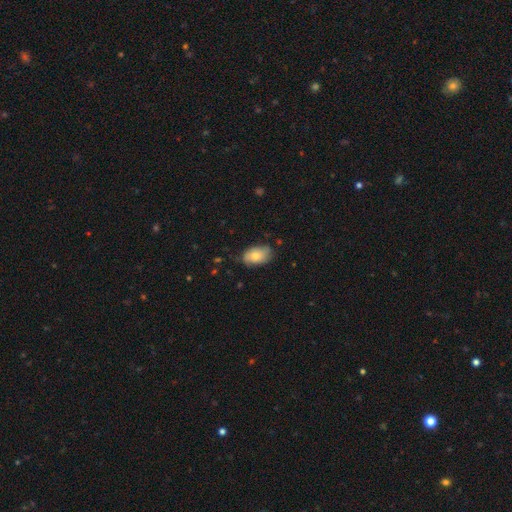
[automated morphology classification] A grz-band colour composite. It shows a smooth galaxy with no disk features (75%) that is in between round and cigar-shaped (90%). Merging: none (67%).